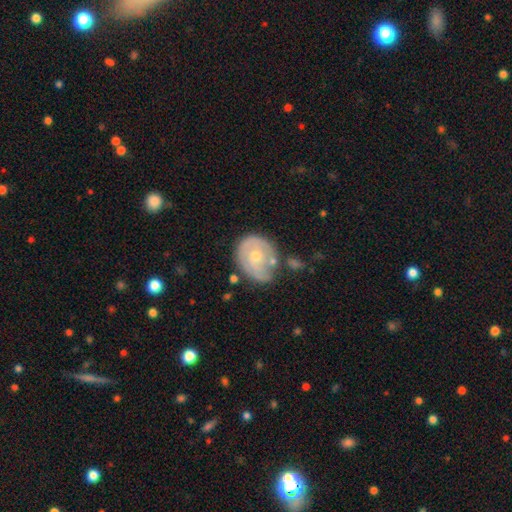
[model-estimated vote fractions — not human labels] This appears to be a featured or disk galaxy (59%) with no bar (79%), spiral arms (63%) and a small central bulge (52%). Merging: none (49%).